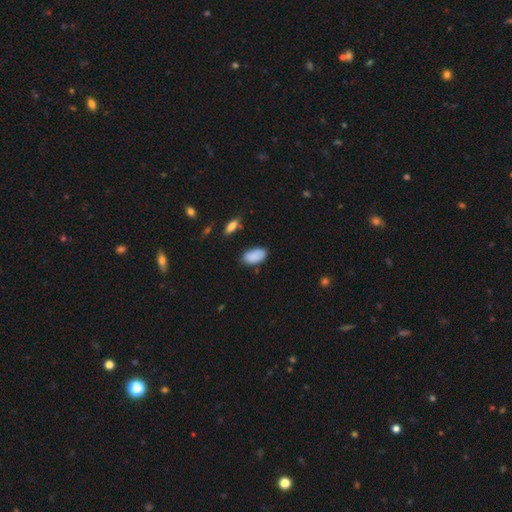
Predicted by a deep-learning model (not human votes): A smooth galaxy with no disk features (89%) that is in between round and cigar-shaped (94%). Merging: none (77%).